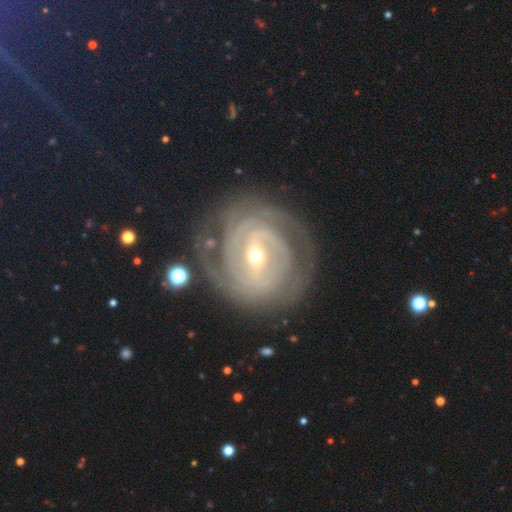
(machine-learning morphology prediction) Smooth or featured: featured or disk — 87% (smooth — 7%)
Edge-on disk: no — 97% (yes — 3%)
Bar: weak — 42% (strong — 36%)
Spiral arms: yes — 94% (no — 6%)
Spiral winding: tight — 73% (medium — 22%)
Spiral arm count: 2 — 30% (can't tell — 29%)
Bulge size: small — 64% (moderate — 33%)
Merging: none — 76% (minor disturbance — 14%)